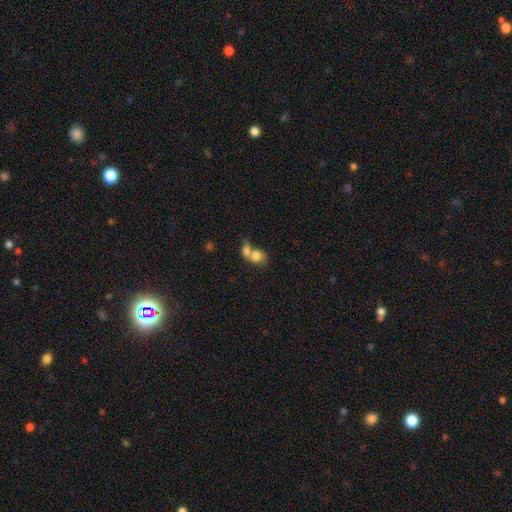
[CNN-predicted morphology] Overall: smooth (74%). How rounded: round (50%; in between 49%). Merging: merger (73%).